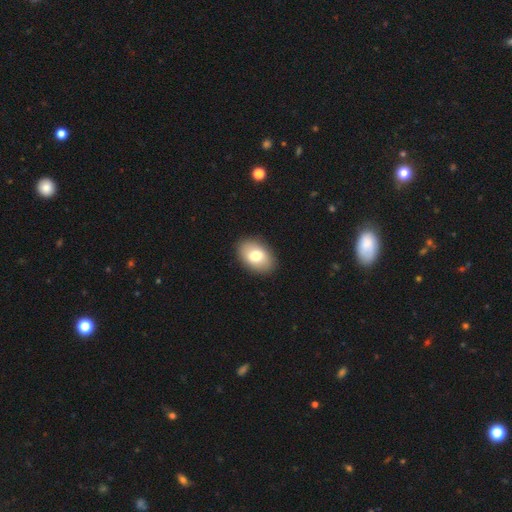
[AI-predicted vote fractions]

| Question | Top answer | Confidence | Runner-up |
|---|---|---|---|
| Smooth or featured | smooth | 76% | featured or disk (17%) |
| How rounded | in between | 85% | round (14%) |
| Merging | none | 90% | minor disturbance (7%) |